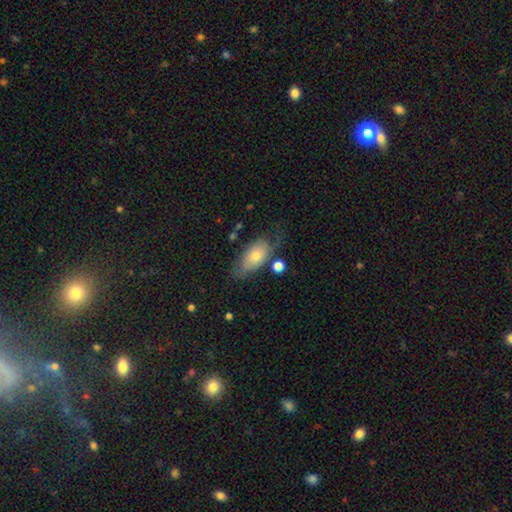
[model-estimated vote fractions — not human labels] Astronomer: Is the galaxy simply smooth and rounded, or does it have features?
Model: smooth — 62%.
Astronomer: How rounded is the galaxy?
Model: in between — 89%.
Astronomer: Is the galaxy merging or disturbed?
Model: none — 52% (runner-up: minor disturbance, 27%).